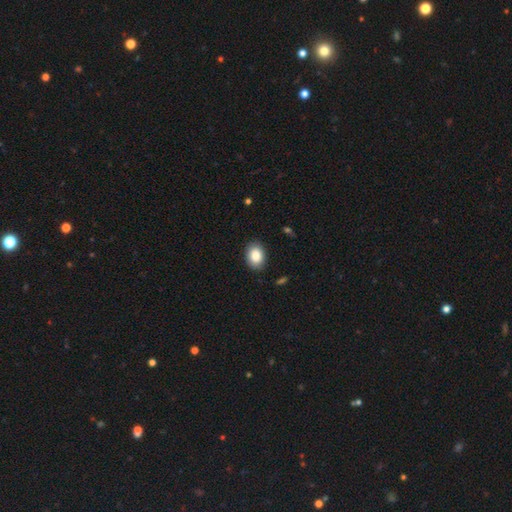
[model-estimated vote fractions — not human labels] Smooth or featured?
  - smooth: 86% *
  - star or artifact: 8%
  - featured or disk: 7%
How rounded?
  - in between: 73% *
  - round: 26%
  - cigar-shaped: 1%
Merging?
  - none: 87% *
  - minor disturbance: 10%
  - major disturbance: 2%
  - merger: 1%